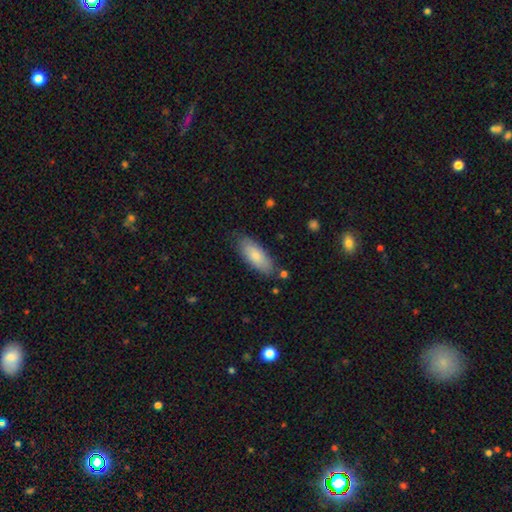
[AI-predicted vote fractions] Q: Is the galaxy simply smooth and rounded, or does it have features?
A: smooth — 80%.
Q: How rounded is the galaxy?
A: in between — 77%.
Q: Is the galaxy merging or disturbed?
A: none — 78%.